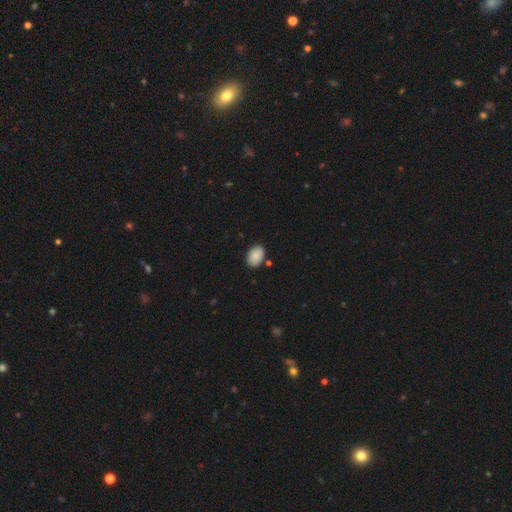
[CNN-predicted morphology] Overall: smooth (89%). How rounded: in between (86%). Merging: none (82%).